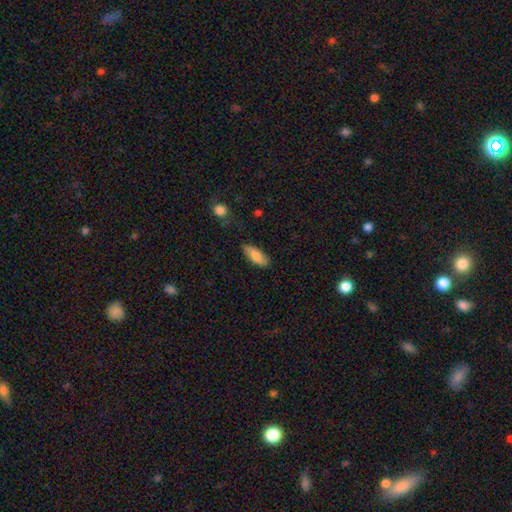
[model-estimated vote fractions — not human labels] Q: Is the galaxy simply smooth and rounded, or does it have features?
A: smooth — 81%.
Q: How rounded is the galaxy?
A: in between — 78%.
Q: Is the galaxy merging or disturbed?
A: none — 79%.